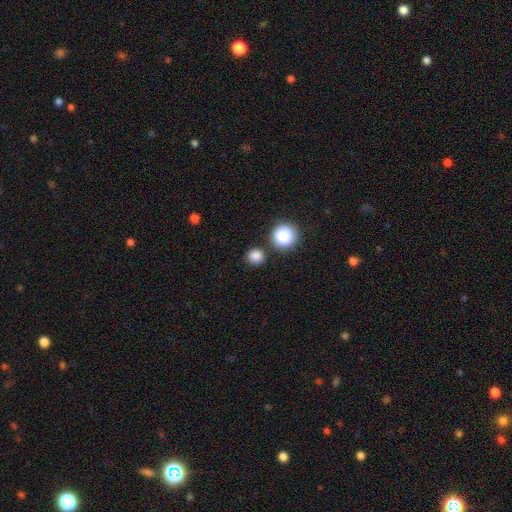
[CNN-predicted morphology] A smooth galaxy with no disk features (86%) that is round (90%). Merging: none (78%).